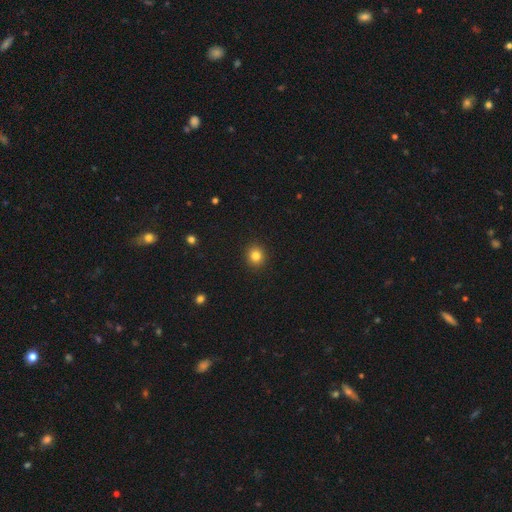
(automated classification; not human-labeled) The model was most divided on "smooth or featured": smooth: 84%, star or artifact: 11%, featured or disk: 5%. More confident: merging — none (92%); how rounded — round (86%).